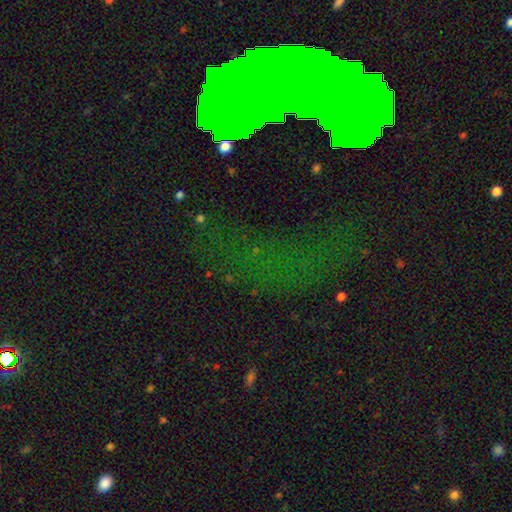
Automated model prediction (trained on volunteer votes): Q: Smooth or featured?
A: star or artifact (51%); runner-up: featured or disk (29%)